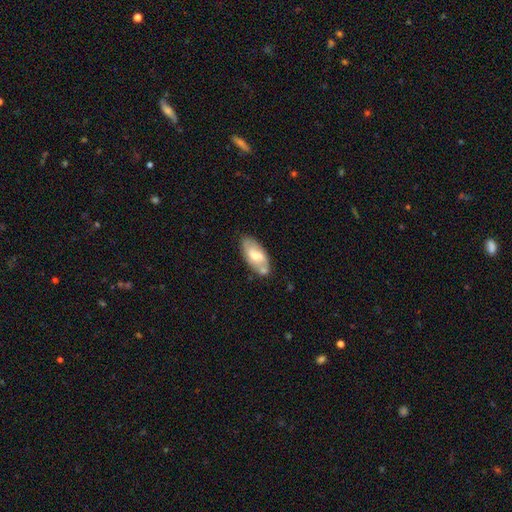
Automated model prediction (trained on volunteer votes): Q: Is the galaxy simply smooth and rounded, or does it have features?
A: smooth — 56%.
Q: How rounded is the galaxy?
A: in between — 88%.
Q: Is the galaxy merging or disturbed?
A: none — 62%.